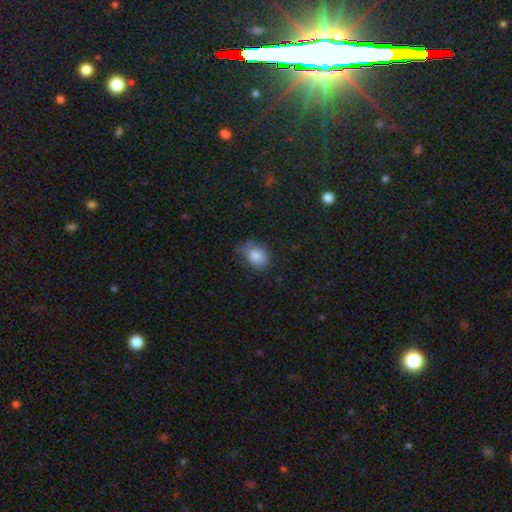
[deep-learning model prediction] A smooth galaxy with no disk features (80%) that is in between round and cigar-shaped (72%).

Vote fractions:
- Smooth or featured? smooth: 80% / featured or disk: 11% / star or artifact: 10%
- How rounded? in between: 72% / round: 26% / cigar-shaped: 1%
- Merging? none: 44% / minor disturbance: 36% / major disturbance: 18% / merger: 2%